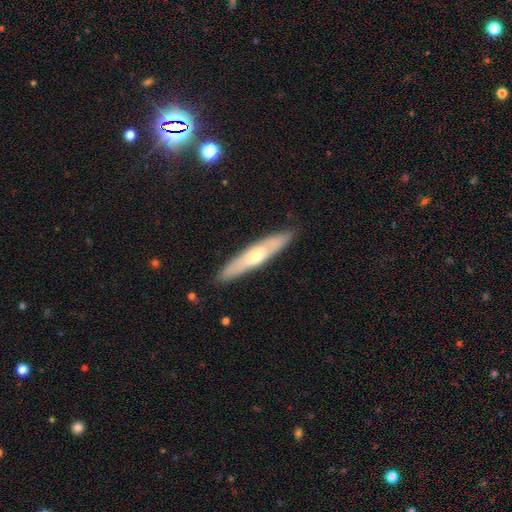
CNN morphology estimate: Smooth or featured?
  - featured or disk: 51% *
  - smooth: 43%
  - star or artifact: 6%
Edge-on disk?
  - yes: 78% *
  - no: 22%
Merging?
  - none: 88% *
  - minor disturbance: 9%
  - major disturbance: 2%
  - merger: 1%